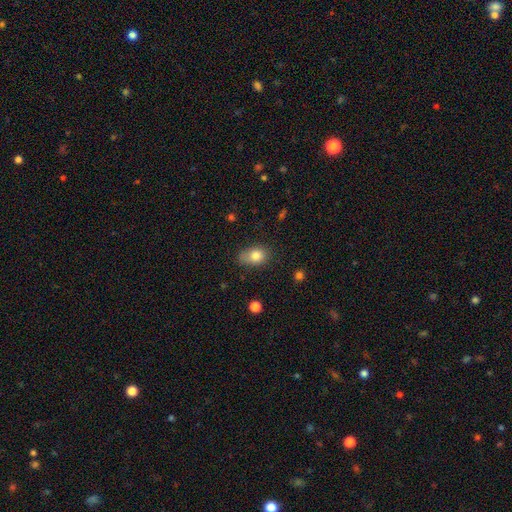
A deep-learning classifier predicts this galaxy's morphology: smooth-or-featured: smooth: 81% | star or artifact: 10% | featured or disk: 9%
  how-rounded: in between: 71% | round: 28% | cigar-shaped: 2%
  merging: none: 58% | minor disturbance: 31% | major disturbance: 9% | merger: 3%